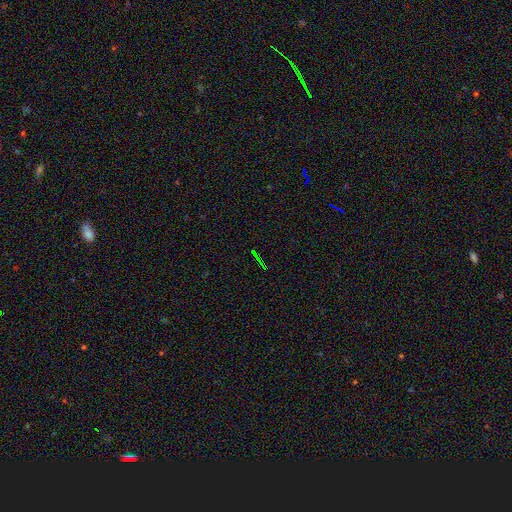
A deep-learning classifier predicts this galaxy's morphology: This is likely a star or artifact rather than a galaxy (73%).